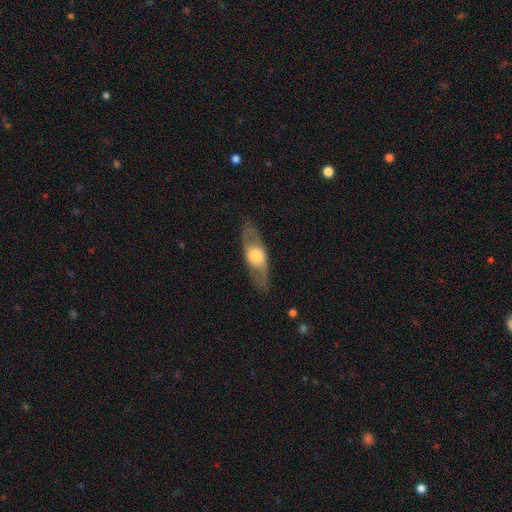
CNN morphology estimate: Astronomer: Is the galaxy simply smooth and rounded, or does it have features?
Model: featured or disk — 59% (runner-up: smooth, 36%).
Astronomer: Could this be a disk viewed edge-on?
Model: no — 60% (runner-up: yes, 40%).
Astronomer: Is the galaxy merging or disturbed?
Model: none — 80%.